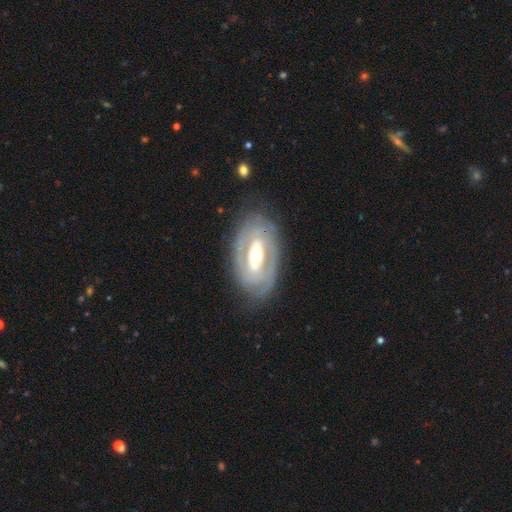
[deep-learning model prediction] This appears to be a featured or disk galaxy (81%) with a strong bar (35%), 2 (50%) tight (69%) spiral arms (70%) and a moderate central bulge (67%). Merging: none (78%).